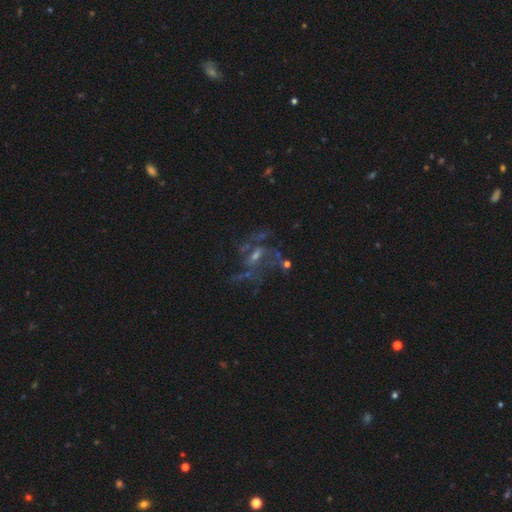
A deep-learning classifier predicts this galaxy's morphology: A featured or disk galaxy (71%) with a weak bar (44%), spiral arms (73%) and a small central bulge (47%). Merging: none (49%).